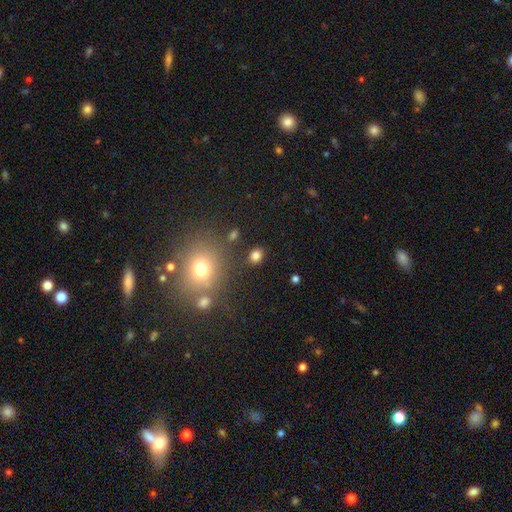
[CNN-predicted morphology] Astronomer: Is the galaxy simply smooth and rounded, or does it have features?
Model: smooth — 81%.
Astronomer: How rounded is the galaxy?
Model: in between — 55% (runner-up: round, 43%).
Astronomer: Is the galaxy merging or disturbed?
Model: none — 83%.